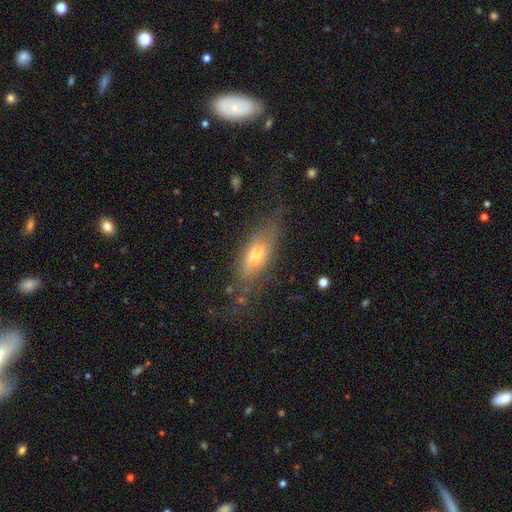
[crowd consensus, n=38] This is possibly a smooth galaxy (50%). How rounded: possibly in between (53%). Merging: marginally minor disturbance (42%).